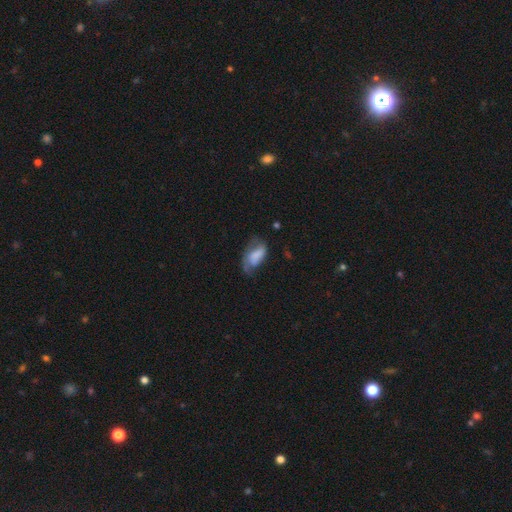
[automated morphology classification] This appears to be a smooth galaxy with no disk features (55%) that is in between round and cigar-shaped (91%). Merging: none (35%).